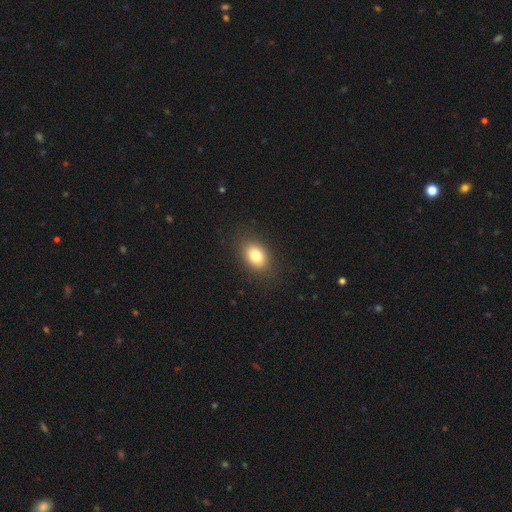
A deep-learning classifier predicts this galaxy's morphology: A smooth galaxy with no disk features (80%) that is in between round and cigar-shaped (75%). Merging: none (87%).